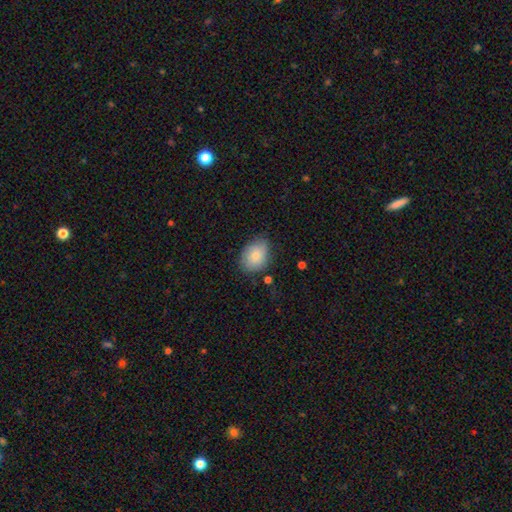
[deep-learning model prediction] A smooth galaxy with no disk features (81%) that is in between round and cigar-shaped (68%). Merging: none (68%).